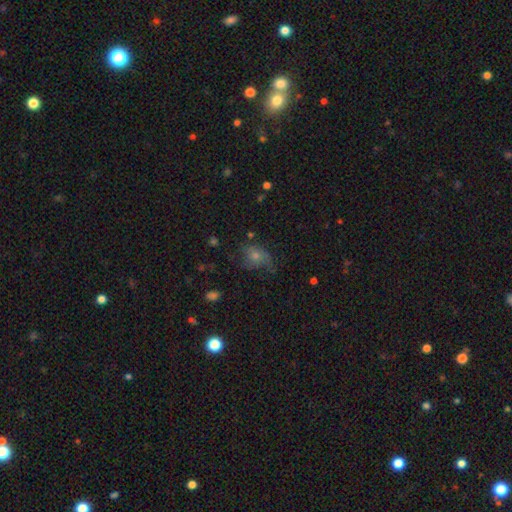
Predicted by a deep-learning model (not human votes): smooth-or-featured: smooth: 45% | featured or disk: 31% | star or artifact: 24%
  merging: none: 57% | minor disturbance: 25% | major disturbance: 16% | merger: 2%